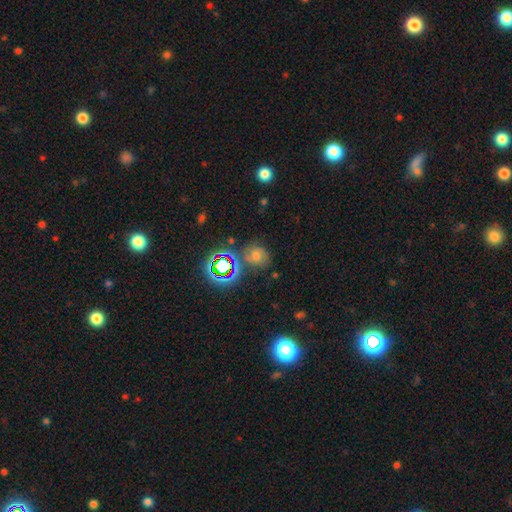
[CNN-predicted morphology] A smooth galaxy with no disk features (45%). Merging: none (70%).